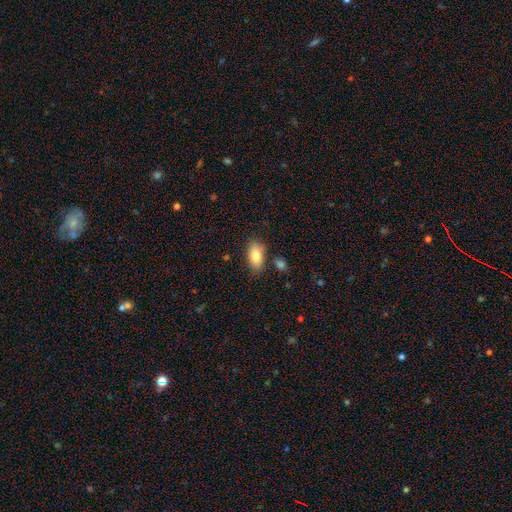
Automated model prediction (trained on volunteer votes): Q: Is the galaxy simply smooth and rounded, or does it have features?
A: smooth — 83%.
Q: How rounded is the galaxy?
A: in between — 91%.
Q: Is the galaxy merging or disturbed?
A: none — 77%.